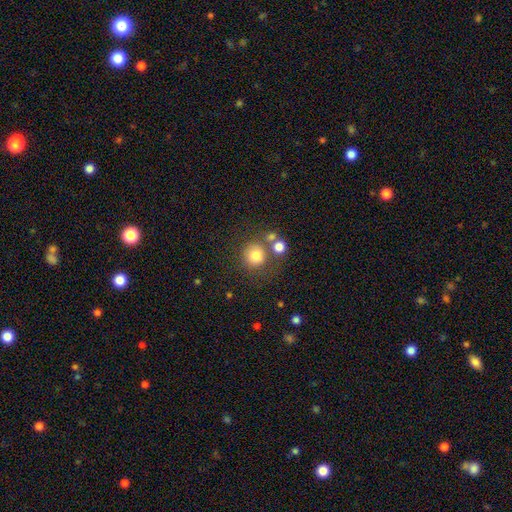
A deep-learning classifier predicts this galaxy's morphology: This is likely a smooth galaxy (78%). How rounded: clearly round (91%). Merging: likely none (67%).